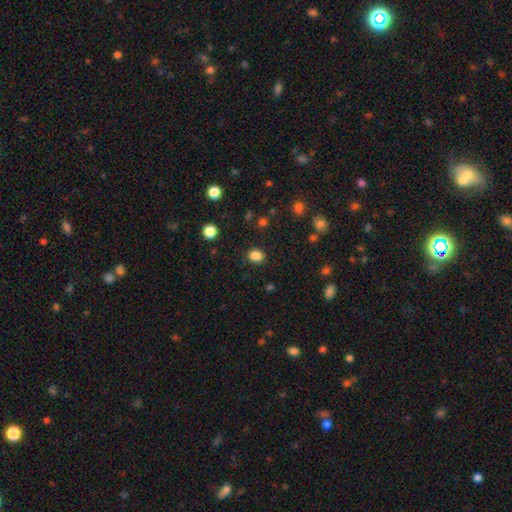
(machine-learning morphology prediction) Overall: smooth (85%). How rounded: round (68%; in between 31%). Merging: none (89%).